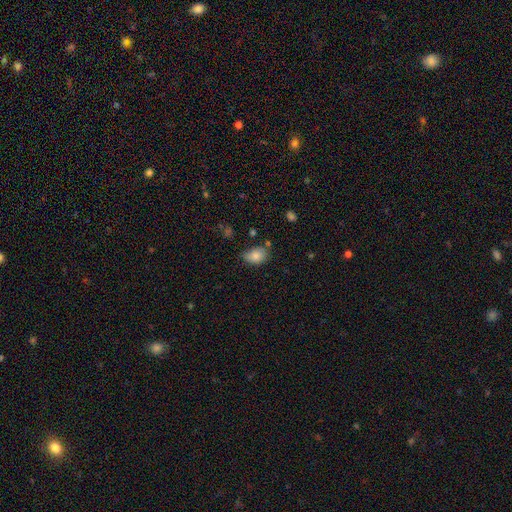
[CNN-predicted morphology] type=smooth (83%); roundness=in between (72%); merging=none (52%).